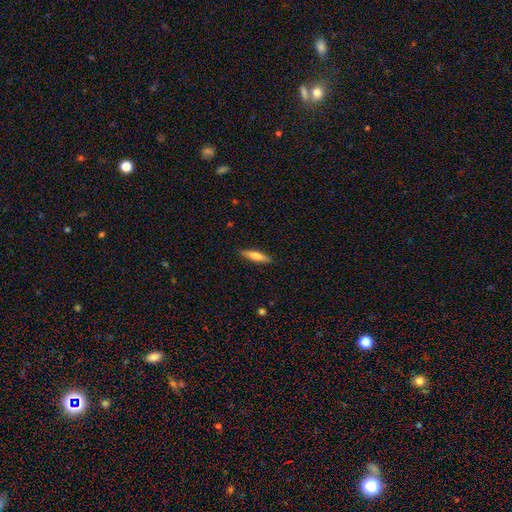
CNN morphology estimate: This is likely a smooth galaxy (64%). How rounded: likely cigar-shaped (77%). Merging: clearly none (89%).